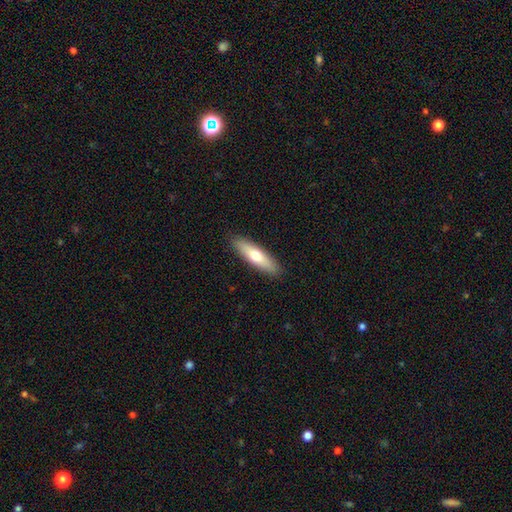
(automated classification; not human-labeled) The model was most divided on "smooth or featured": smooth: 65%, featured or disk: 30%, star or artifact: 5%. More confident: merging — none (90%); how rounded — cigar-shaped (68%).